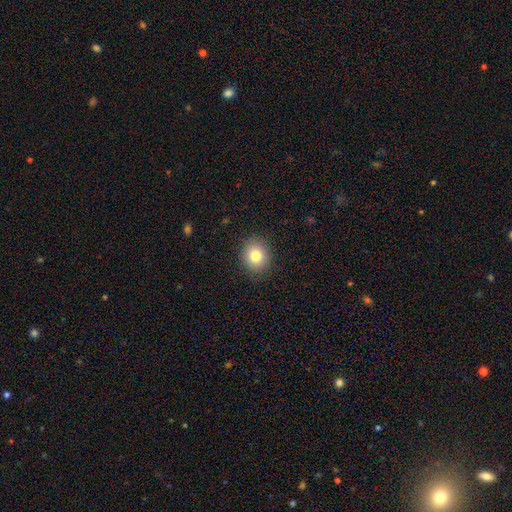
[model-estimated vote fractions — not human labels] Smooth or featured?
  - smooth: 81% *
  - star or artifact: 10%
  - featured or disk: 9%
How rounded?
  - round: 73% *
  - in between: 26%
  - cigar-shaped: 1%
Merging?
  - none: 89% *
  - minor disturbance: 8%
  - major disturbance: 2%
  - merger: 1%